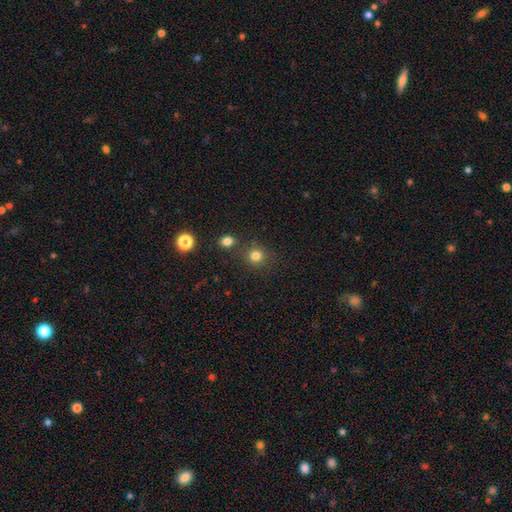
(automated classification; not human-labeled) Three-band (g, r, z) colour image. It shows a smooth galaxy with no disk features (81%) that is round (89%). Merging: none (79%).